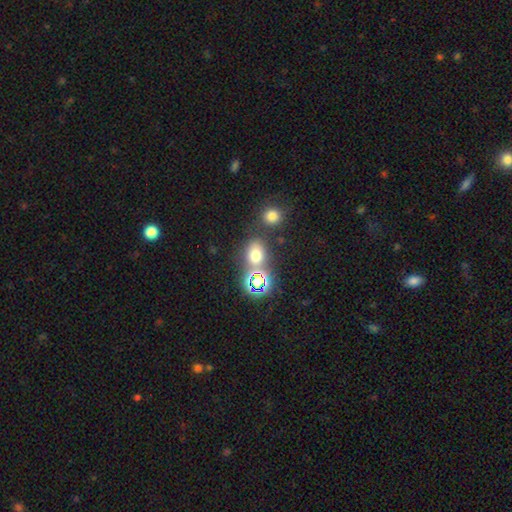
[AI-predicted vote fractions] Smooth or featured? Predicted: smooth (p=0.59). How rounded? Predicted: in between (p=0.52). Merging? Predicted: none (p=0.65).